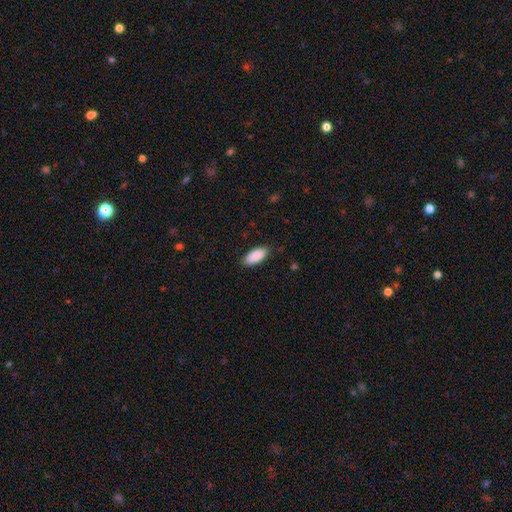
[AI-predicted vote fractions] The model was most divided on "merging": none: 86%, minor disturbance: 10%, major disturbance: 2%, merger: 1%. More confident: smooth or featured — smooth (90%); how rounded — in between (88%).